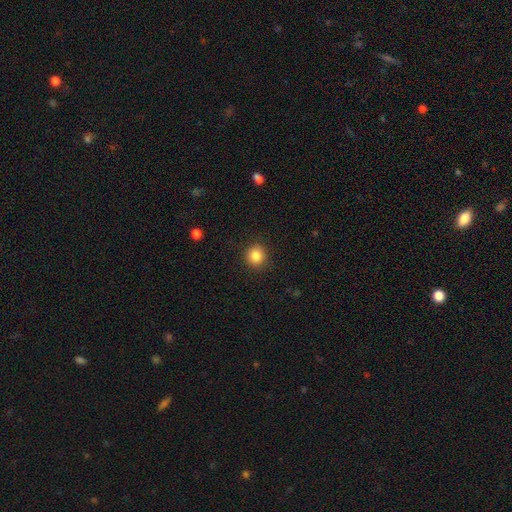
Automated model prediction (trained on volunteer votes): Overall: smooth (84%). How rounded: round (91%). Merging: none (90%).